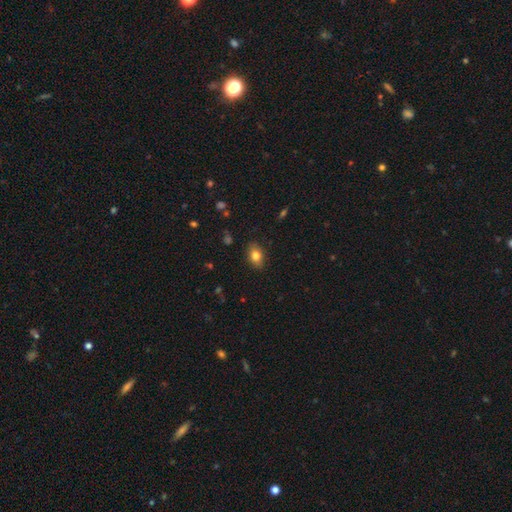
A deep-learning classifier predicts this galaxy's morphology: type=smooth (81%); roundness=in between (83%); merging=none (85%).